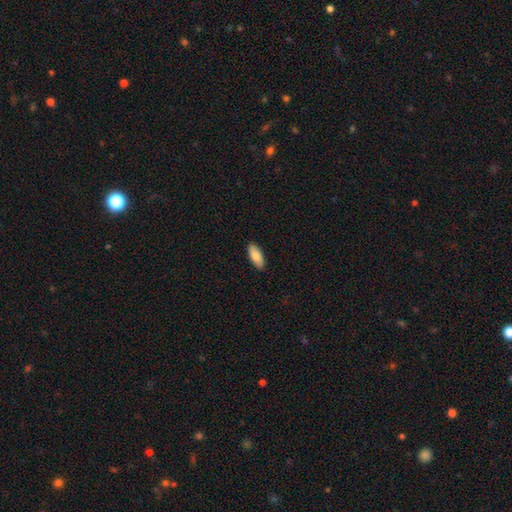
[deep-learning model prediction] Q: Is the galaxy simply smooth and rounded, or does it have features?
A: smooth — 85%.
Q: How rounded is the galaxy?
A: in between — 84%.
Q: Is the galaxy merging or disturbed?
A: none — 90%.